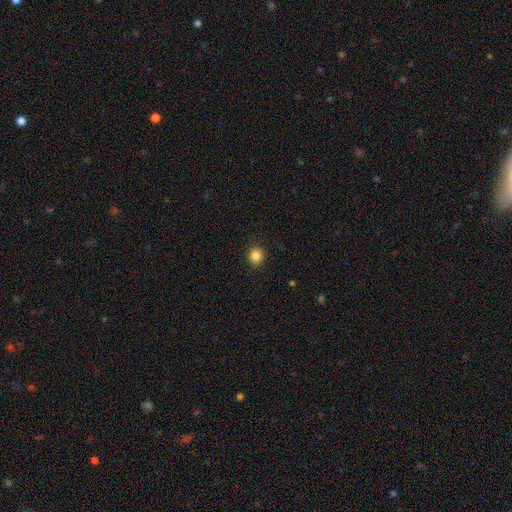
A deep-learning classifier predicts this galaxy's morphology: This is clearly a smooth galaxy (85%). How rounded: clearly round (88%). Merging: clearly none (90%).